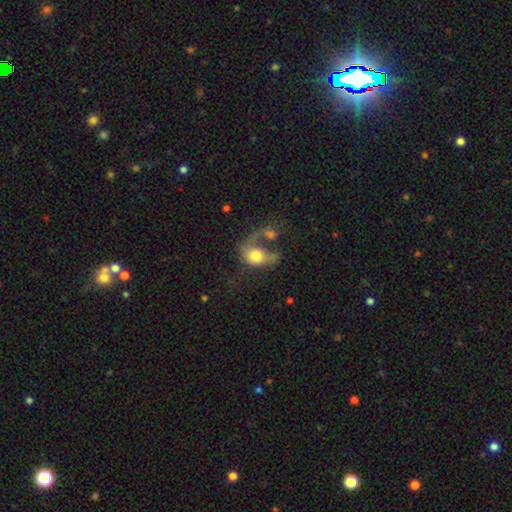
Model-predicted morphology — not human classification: Smooth or featured?
  - smooth: 54% *
  - featured or disk: 37%
  - star or artifact: 9%
How rounded?
  - in between: 58% *
  - round: 40%
  - cigar-shaped: 2%
Merging?
  - major disturbance: 44% *
  - merger: 29%
  - none: 15%
  - minor disturbance: 12%